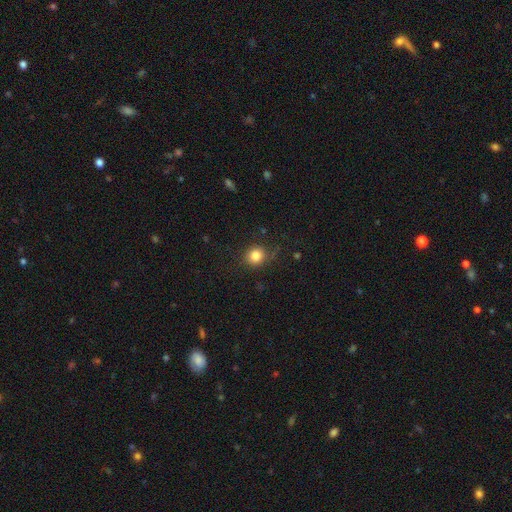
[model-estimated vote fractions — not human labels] Smooth or featured? smooth (83%)
How rounded? round (85%)
Merging? none (80%)